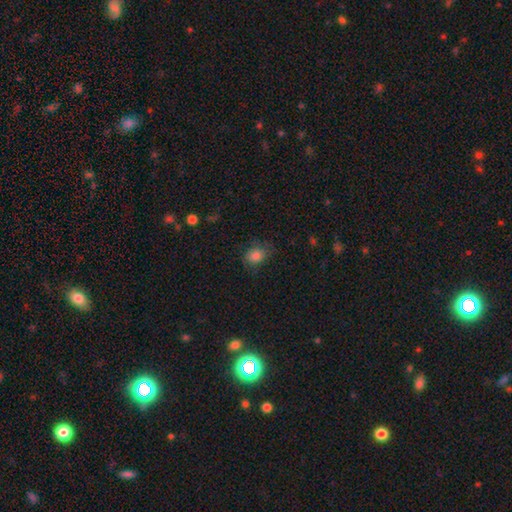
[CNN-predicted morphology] This is clearly a smooth galaxy (82%). How rounded: possibly in between (53%). Merging: likely none (67%).